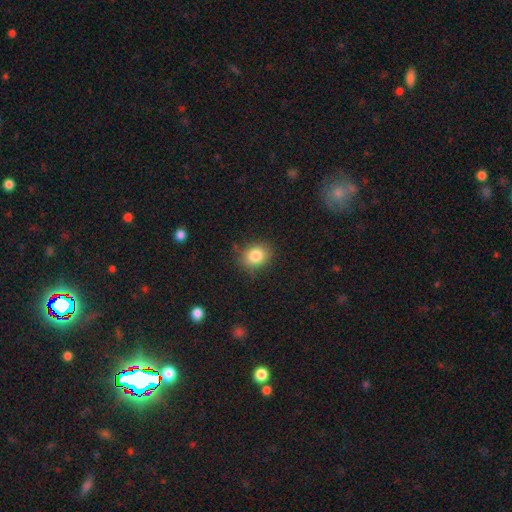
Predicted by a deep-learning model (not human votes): smooth-or-featured: smooth: 83% | star or artifact: 10% | featured or disk: 7%
  how-rounded: round: 59% | in between: 40% | cigar-shaped: 1%
  merging: none: 82% | minor disturbance: 13% | major disturbance: 3% | merger: 1%